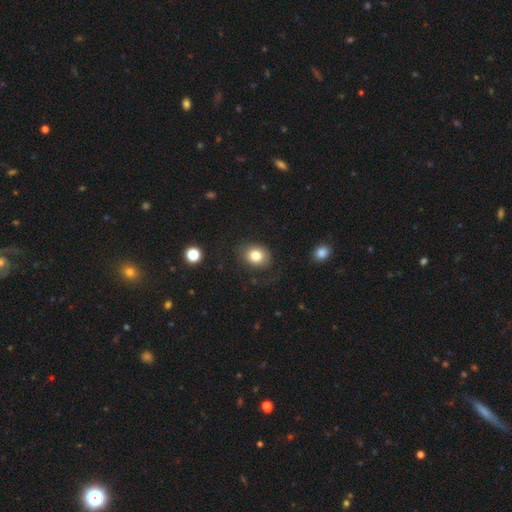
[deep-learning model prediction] This appears to be a smooth galaxy with no disk features (80%) that is round (60%). Merging: none (80%).